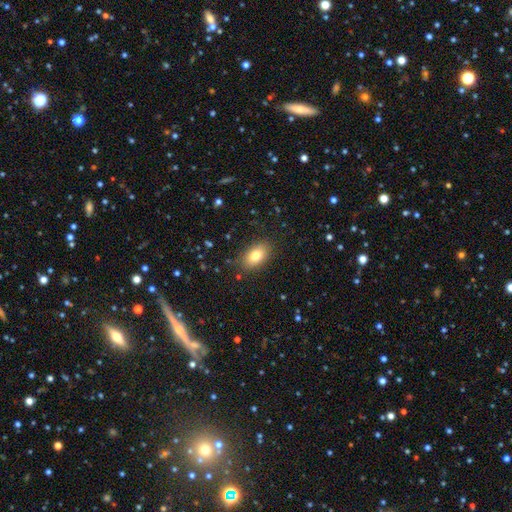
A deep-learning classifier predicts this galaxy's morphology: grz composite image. It shows a smooth galaxy with no disk features (80%) that is in between round and cigar-shaped (88%). Merging: none (85%).